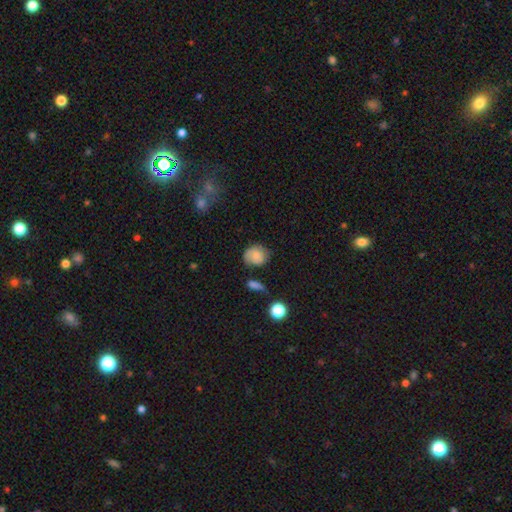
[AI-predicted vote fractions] A smooth galaxy with no disk features (67%) that is round (68%). Merging: none (61%).